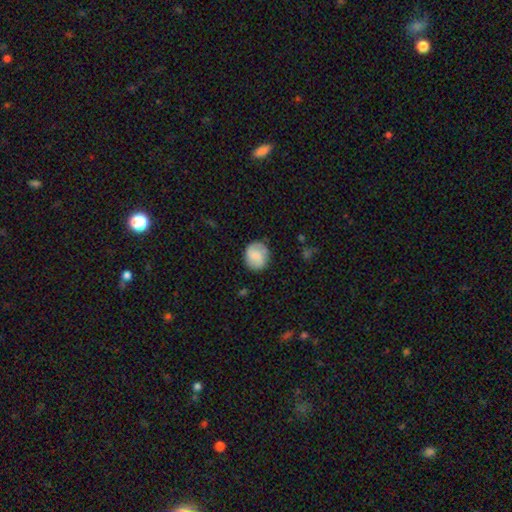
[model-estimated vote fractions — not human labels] Q: Smooth or featured?
A: smooth (64%); runner-up: featured or disk (29%)
Q: How rounded?
A: round (81%); runner-up: in between (18%)
Q: Merging?
A: none (80%); runner-up: minor disturbance (14%)